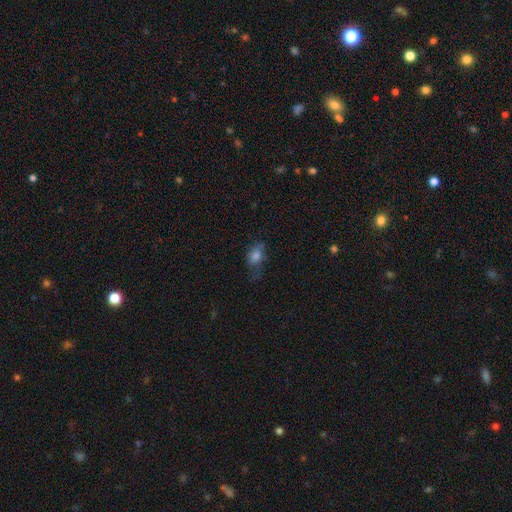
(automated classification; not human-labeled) Q: Smooth or featured?
A: smooth (68%); runner-up: featured or disk (19%)
Q: How rounded?
A: in between (78%); runner-up: round (17%)
Q: Merging?
A: none (45%); runner-up: minor disturbance (29%)